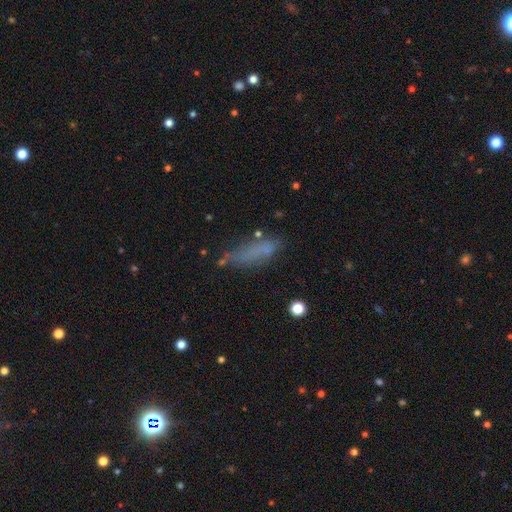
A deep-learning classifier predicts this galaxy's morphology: smooth 53%, featured or disk 24%, star or artifact 23%. Down the decision tree: how rounded — cigar-shaped (65%); merging — none (57%).